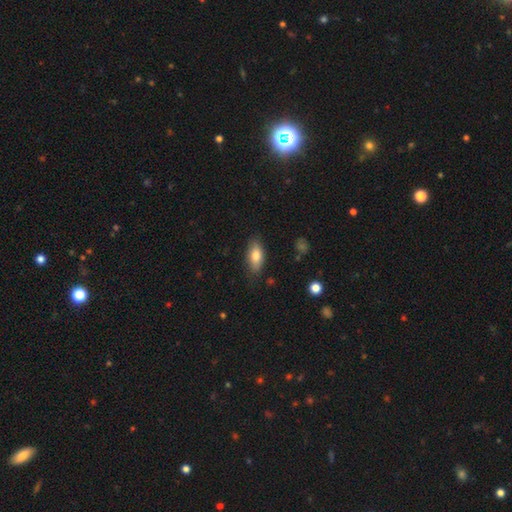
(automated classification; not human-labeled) Q: Smooth or featured?
A: smooth (78%); runner-up: featured or disk (15%)
Q: How rounded?
A: in between (85%); runner-up: cigar-shaped (12%)
Q: Merging?
A: none (81%); runner-up: minor disturbance (15%)